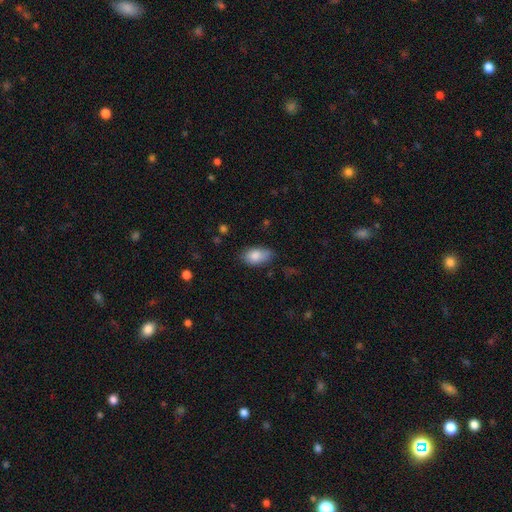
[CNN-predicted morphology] Smooth or featured? smooth (84%)
How rounded? in between (92%)
Merging? none (69%)